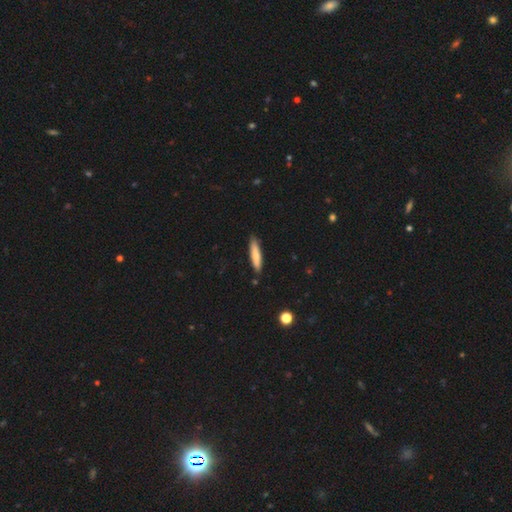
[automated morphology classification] Smooth or featured? Predicted: smooth (p=0.73). How rounded? Predicted: cigar-shaped (p=0.85). Merging? Predicted: none (p=0.86).